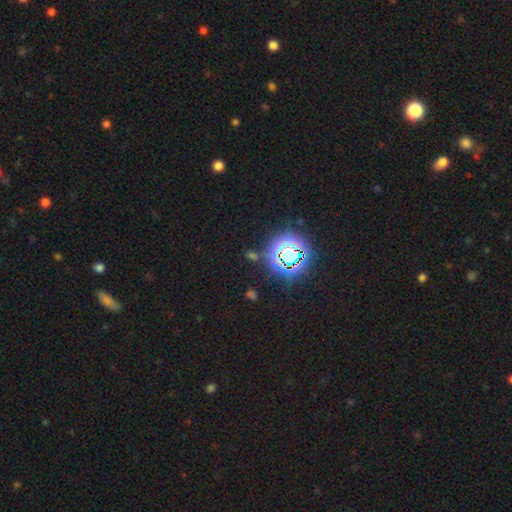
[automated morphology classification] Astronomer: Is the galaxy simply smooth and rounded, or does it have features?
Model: star or artifact — 73%.